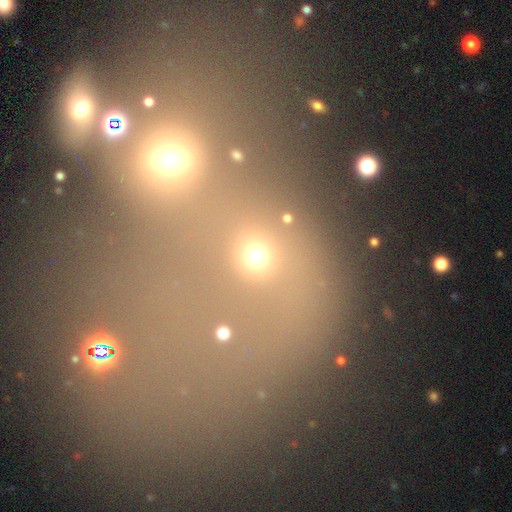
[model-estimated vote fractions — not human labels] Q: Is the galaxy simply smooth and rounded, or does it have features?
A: smooth — 62%.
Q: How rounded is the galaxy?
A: round — 84%.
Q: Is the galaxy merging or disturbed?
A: none — 67%.